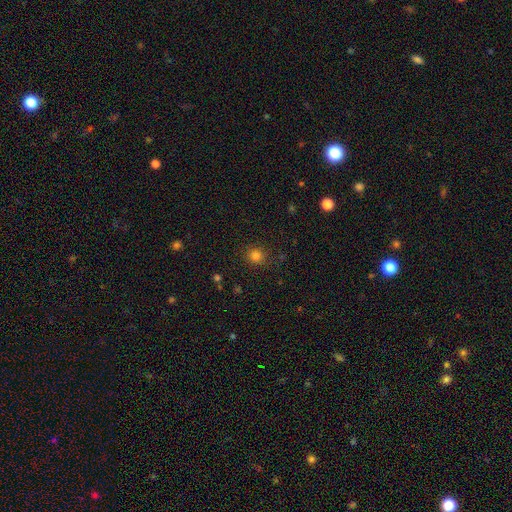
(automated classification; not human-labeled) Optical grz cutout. It shows a smooth galaxy with no disk features (82%) that is round (88%). Merging: none (87%).